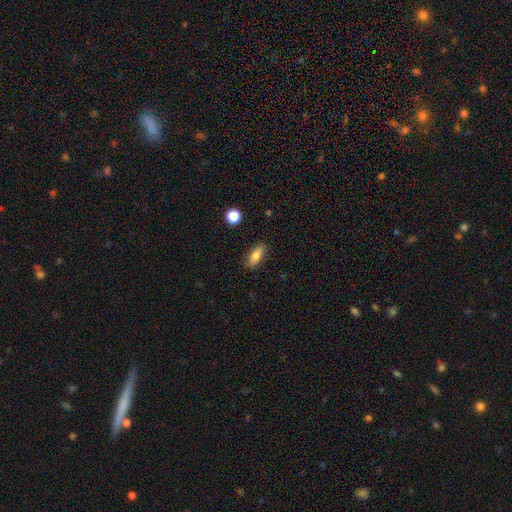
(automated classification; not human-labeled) Morphology: type=smooth (76%); roundness=in between (79%); merging=none (84%).